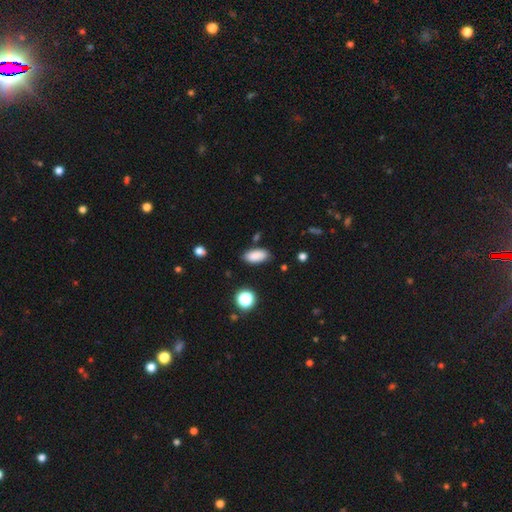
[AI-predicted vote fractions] Q: Smooth or featured?
A: smooth (86%); runner-up: star or artifact (9%)
Q: How rounded?
A: in between (87%); runner-up: cigar-shaped (10%)
Q: Merging?
A: none (84%); runner-up: minor disturbance (12%)